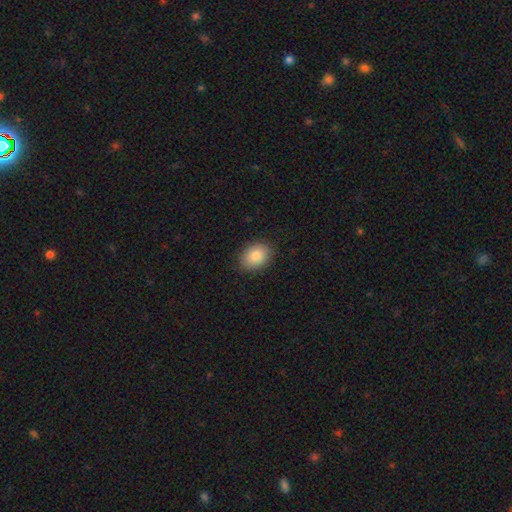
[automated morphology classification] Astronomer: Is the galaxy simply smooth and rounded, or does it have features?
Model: smooth — 86%.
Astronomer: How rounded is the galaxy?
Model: in between — 67%.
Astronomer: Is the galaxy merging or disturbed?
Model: none — 86%.